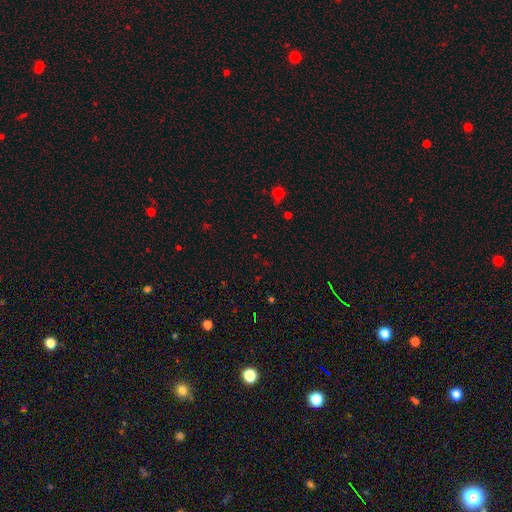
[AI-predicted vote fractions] Smooth or featured: star or artifact — 64% (smooth — 28%)